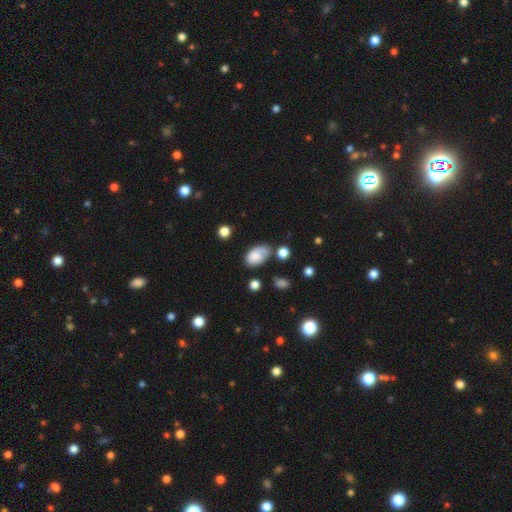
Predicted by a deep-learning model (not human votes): Smooth or featured: smooth — 71% (featured or disk — 20%)
How rounded: in between — 89% (round — 9%)
Merging: none — 49% (minor disturbance — 29%)